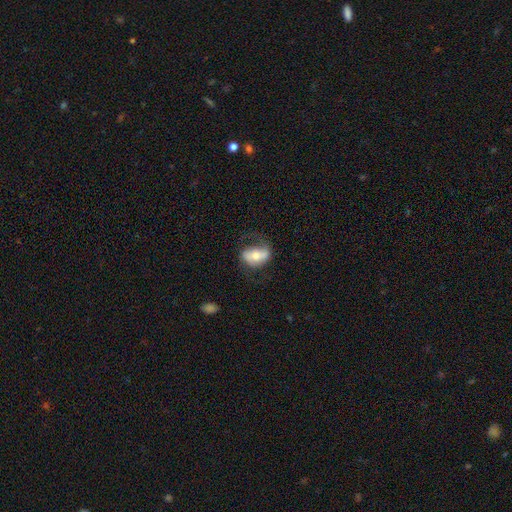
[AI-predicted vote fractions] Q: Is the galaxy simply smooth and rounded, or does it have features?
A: featured or disk — 49%.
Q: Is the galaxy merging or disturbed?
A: none — 55%.